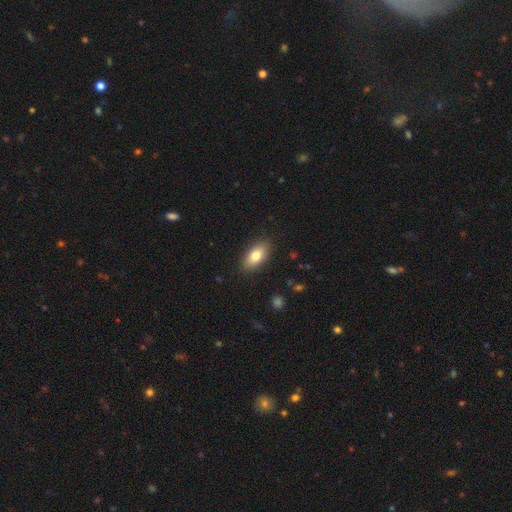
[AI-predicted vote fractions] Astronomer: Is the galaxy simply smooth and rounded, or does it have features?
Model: smooth — 78%.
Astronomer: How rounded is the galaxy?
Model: in between — 87%.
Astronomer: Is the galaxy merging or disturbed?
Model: none — 87%.